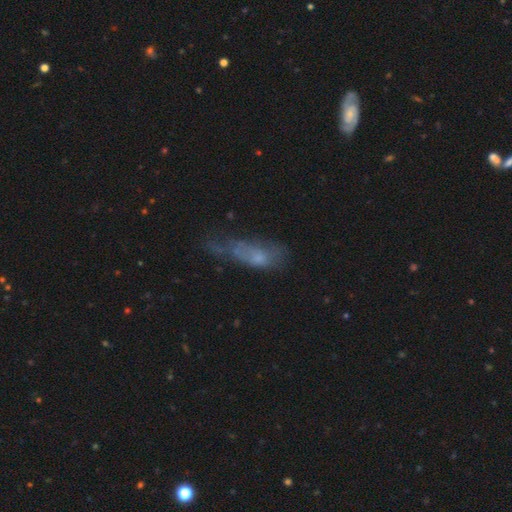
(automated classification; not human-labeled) Smooth or featured? smooth (51%)
How rounded? in between (60%)
Merging? major disturbance (32%)